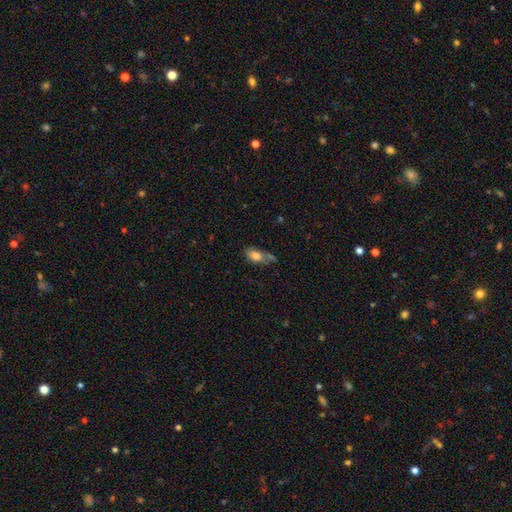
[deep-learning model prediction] Morphology: type=smooth (77%); roundness=in between (88%); merging=none (39%).